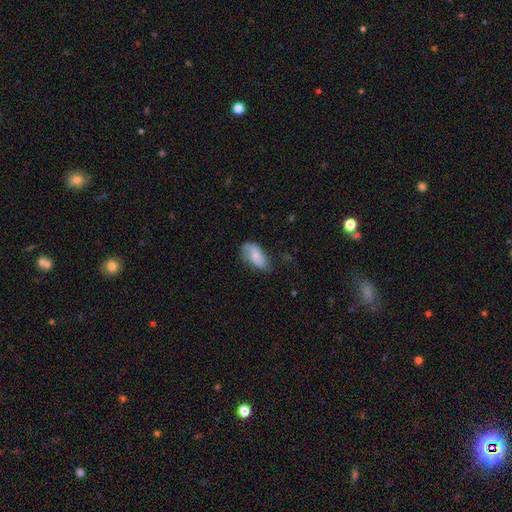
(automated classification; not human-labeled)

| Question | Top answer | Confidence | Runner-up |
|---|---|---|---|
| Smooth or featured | smooth | 63% | featured or disk (29%) |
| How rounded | in between | 90% | cigar-shaped (6%) |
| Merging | none | 49% | minor disturbance (34%) |